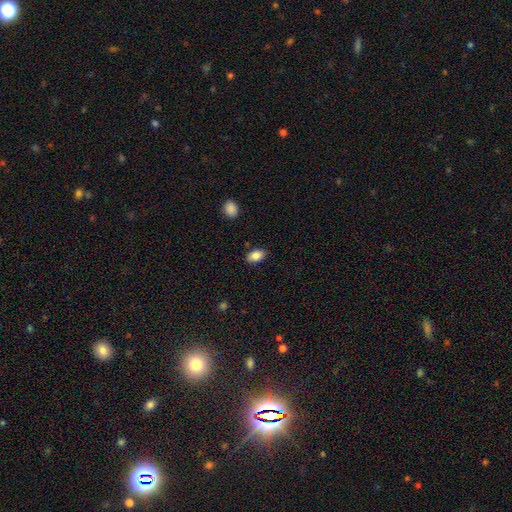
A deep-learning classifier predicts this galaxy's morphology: Smooth or featured? Predicted: smooth (p=0.86). How rounded? Predicted: in between (p=0.87). Merging? Predicted: none (p=0.86).